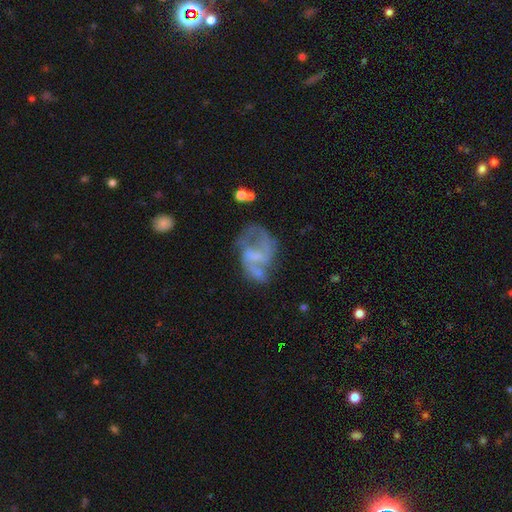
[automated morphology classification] Q: Smooth or featured?
A: featured or disk (69%); runner-up: smooth (21%)
Q: Edge-on disk?
A: no (97%); runner-up: yes (3%)
Q: Bar?
A: weak (43%); runner-up: no (38%)
Q: Spiral arms?
A: yes (62%); runner-up: no (38%)
Q: Bulge size?
A: none (49%); runner-up: small (28%)
Q: Merging?
A: major disturbance (34%); runner-up: none (33%)